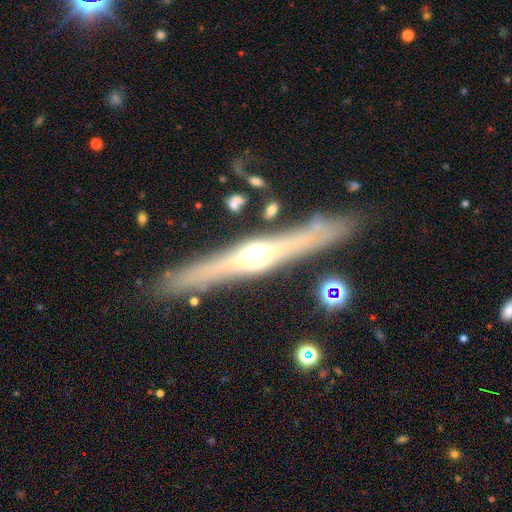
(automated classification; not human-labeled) Q: Smooth or featured?
A: featured or disk (74%); runner-up: smooth (19%)
Q: Edge-on disk?
A: yes (96%); runner-up: no (4%)
Q: Edge-on bulge?
A: rounded (91%); runner-up: none (5%)
Q: Merging?
A: none (86%); runner-up: minor disturbance (9%)